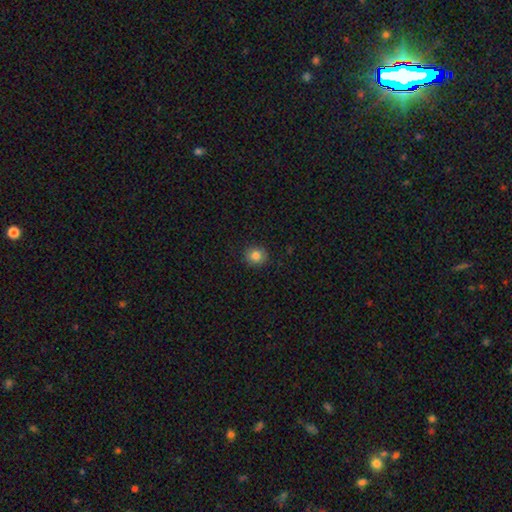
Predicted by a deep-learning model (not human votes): A smooth galaxy with no disk features (82%) that is round (83%).

Vote fractions:
- Smooth or featured? smooth: 82% / star or artifact: 10% / featured or disk: 8%
- How rounded? round: 83% / in between: 16% / cigar-shaped: 1%
- Merging? none: 90% / minor disturbance: 8% / major disturbance: 2% / merger: 1%